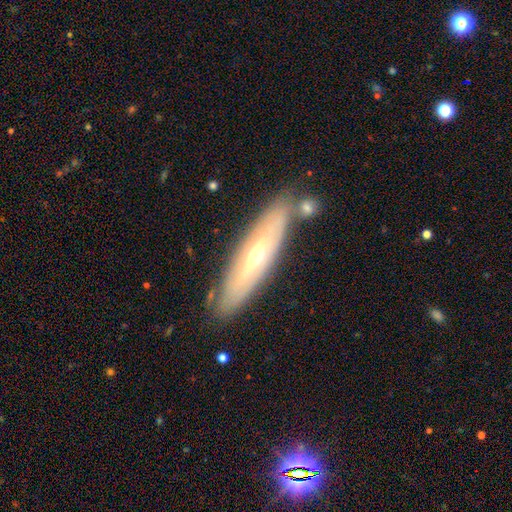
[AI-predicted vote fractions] Morphology: type=featured or disk (66%); edge-on=no (50%, tied with yes); merging=none (79%).